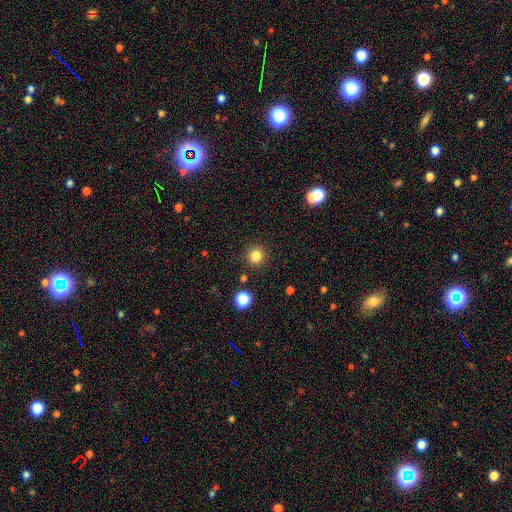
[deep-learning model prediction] Morphology: type=smooth (83%); roundness=round (94%); merging=none (90%).